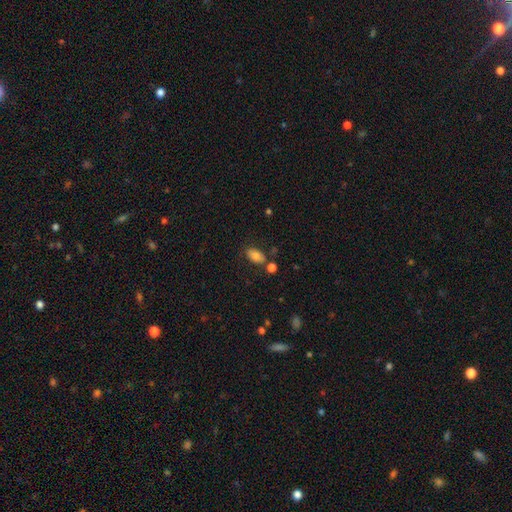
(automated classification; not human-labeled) Morphology: type=smooth (79%); roundness=in between (91%); merging=none (70%).